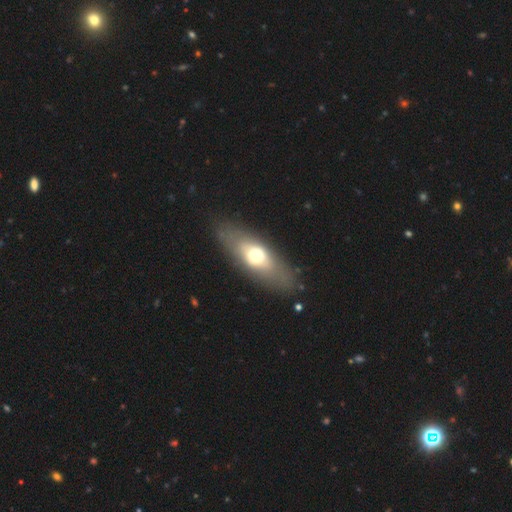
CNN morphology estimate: Smooth or featured? smooth (56%)
How rounded? in between (66%)
Merging? none (83%)